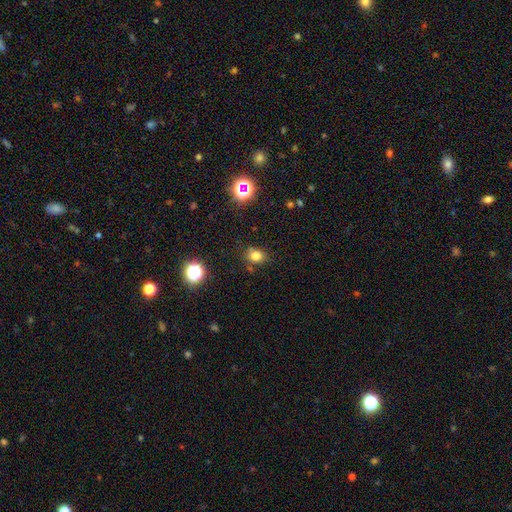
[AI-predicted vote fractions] smooth 77%, star or artifact 17%, featured or disk 6%. Down the decision tree: how rounded — round (61%); merging — none (79%).